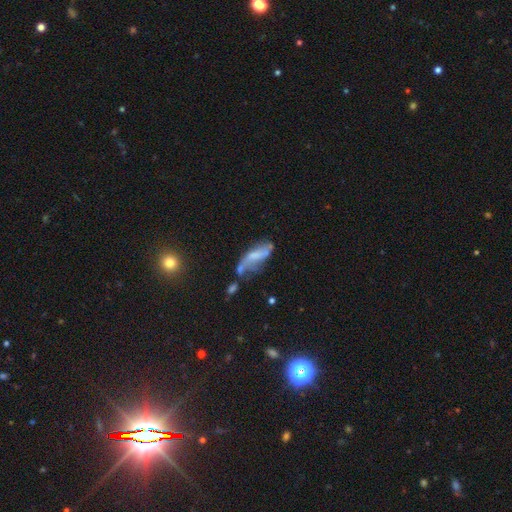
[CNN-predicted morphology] A featured or disk galaxy (51%).

Vote fractions:
- Smooth or featured? featured or disk: 51% / smooth: 39% / star or artifact: 10%
- Edge-on disk? no: 83% / yes: 17%
- Merging? none: 32% / minor disturbance: 25% / major disturbance: 23% / merger: 20%